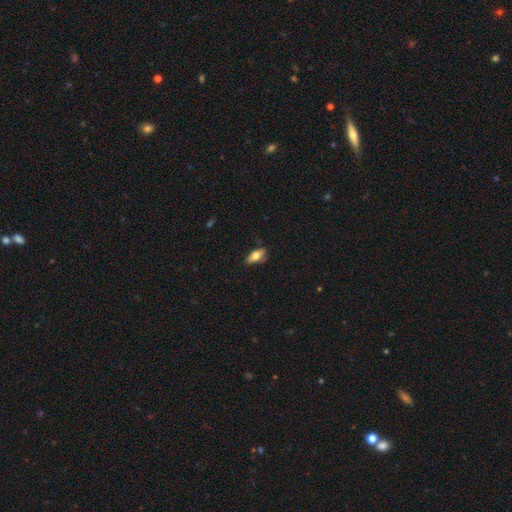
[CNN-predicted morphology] Q: Smooth or featured?
A: smooth (68%); runner-up: featured or disk (24%)
Q: How rounded?
A: in between (84%); runner-up: cigar-shaped (12%)
Q: Merging?
A: none (66%); runner-up: minor disturbance (25%)